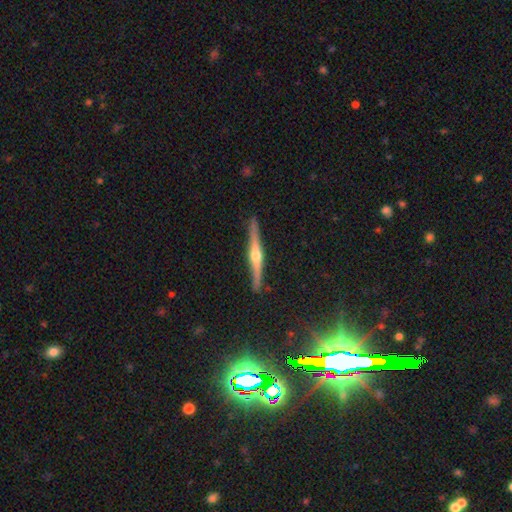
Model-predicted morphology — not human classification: A featured or disk galaxy (79%) viewed edge-on (98%) with a rounded central bulge (93%). Merging: none (89%).